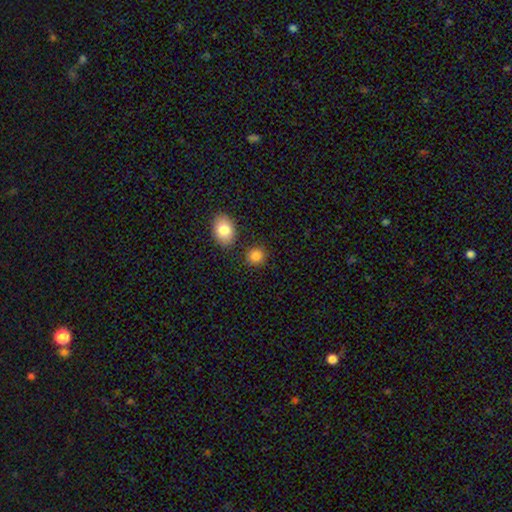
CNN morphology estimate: This is clearly a smooth galaxy (85%). How rounded: likely round (80%). Merging: clearly none (83%).